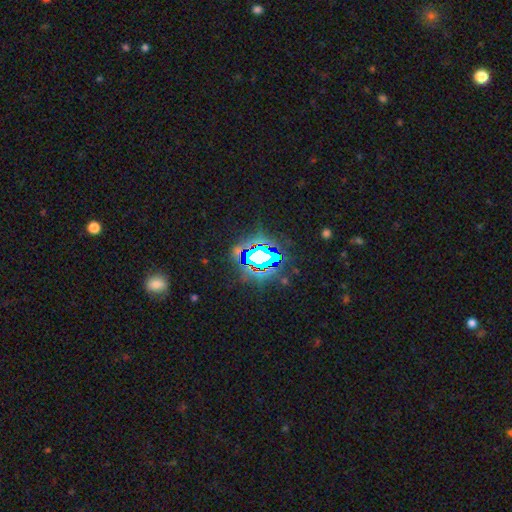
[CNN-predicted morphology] Overall: star or artifact (72%).